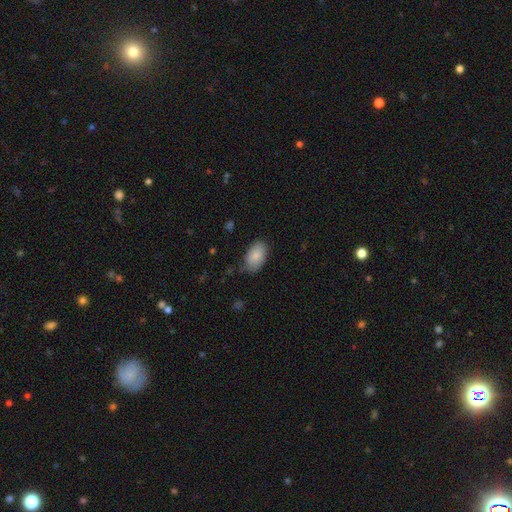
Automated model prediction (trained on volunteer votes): A smooth galaxy with no disk features (84%) that is in between round and cigar-shaped (92%). Merging: none (75%).